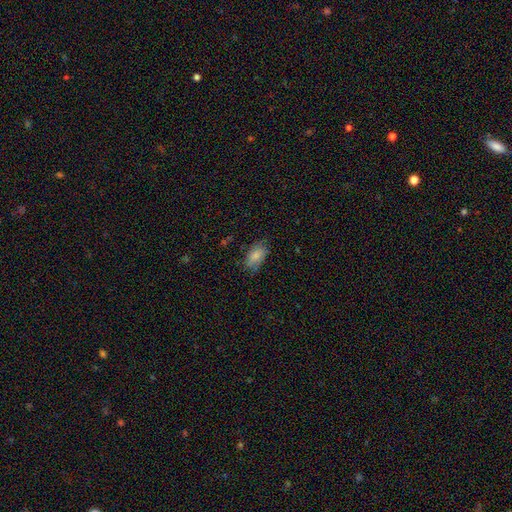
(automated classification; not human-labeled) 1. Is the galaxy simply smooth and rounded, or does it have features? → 77% smooth, 15% featured or disk, 8% star or artifact.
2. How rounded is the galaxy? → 92% in between, 5% round, 3% cigar-shaped.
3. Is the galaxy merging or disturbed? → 66% none, 25% minor disturbance, 7% major disturbance, 1% merger.